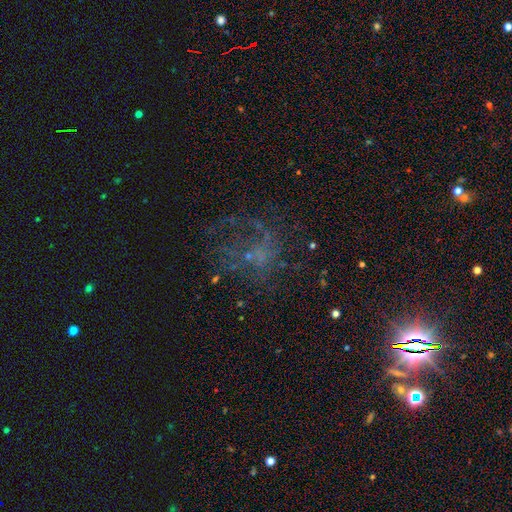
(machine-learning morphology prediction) A star or artifact, not a galaxy (41%).